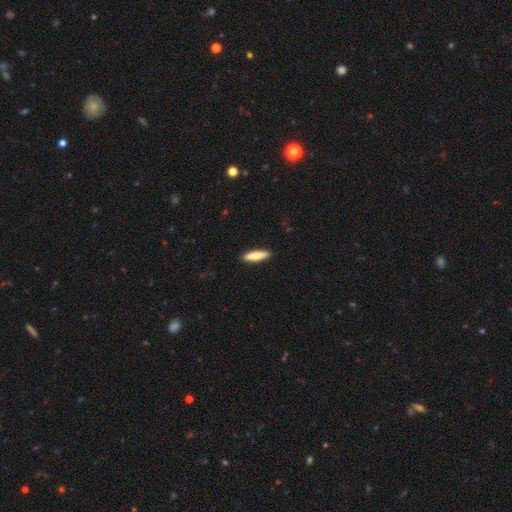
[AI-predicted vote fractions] Smooth or featured?
  - smooth: 78% *
  - featured or disk: 17%
  - star or artifact: 5%
How rounded?
  - cigar-shaped: 75% *
  - in between: 23%
  - round: 2%
Merging?
  - none: 90% *
  - minor disturbance: 7%
  - major disturbance: 2%
  - merger: 1%